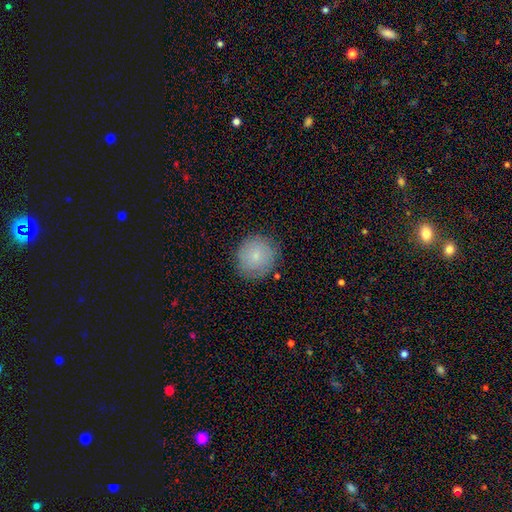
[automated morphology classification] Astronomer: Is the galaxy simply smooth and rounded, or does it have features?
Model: smooth — 77%.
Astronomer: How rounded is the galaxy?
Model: round — 90%.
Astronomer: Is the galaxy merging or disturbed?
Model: none — 83%.